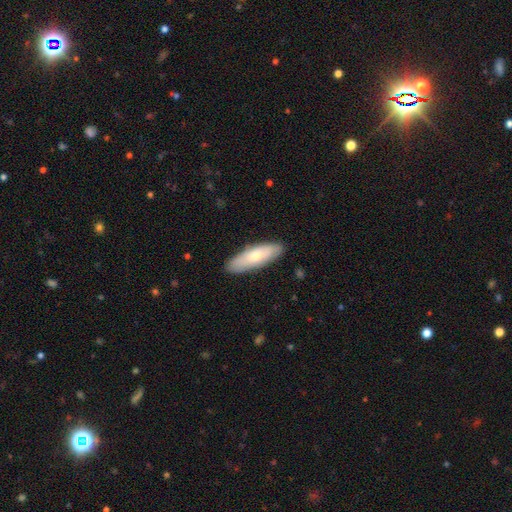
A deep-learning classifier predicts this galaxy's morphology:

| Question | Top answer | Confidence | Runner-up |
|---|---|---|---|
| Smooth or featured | smooth | 66% | featured or disk (29%) |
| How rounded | in between | 50% | cigar-shaped (48%) |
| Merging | none | 87% | minor disturbance (10%) |